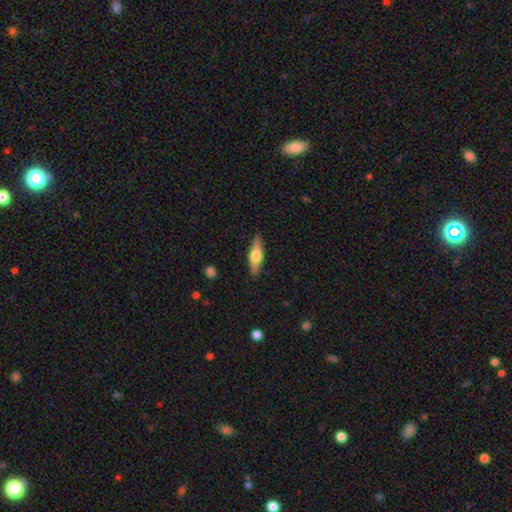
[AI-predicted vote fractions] Q: Smooth or featured?
A: featured or disk (51%); runner-up: smooth (43%)
Q: Edge-on disk?
A: yes (93%); runner-up: no (7%)
Q: Merging?
A: none (88%); runner-up: minor disturbance (9%)